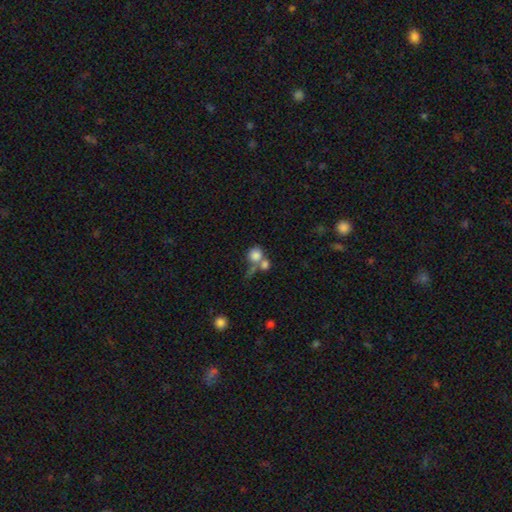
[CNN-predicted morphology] This appears to be a smooth galaxy with no disk features (80%) that is round (82%). Merging: merger (50%).